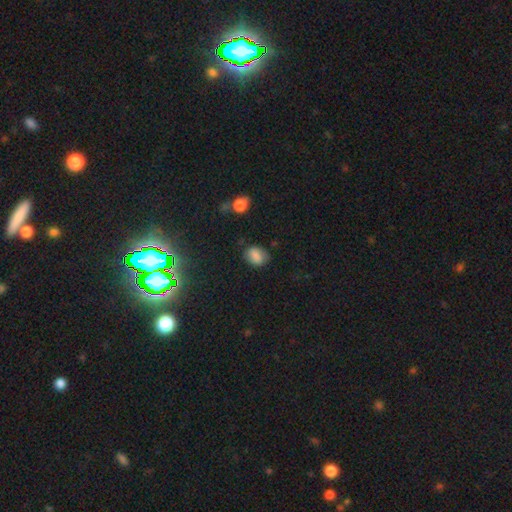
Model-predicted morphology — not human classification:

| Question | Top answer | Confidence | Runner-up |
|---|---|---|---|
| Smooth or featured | smooth | 79% | featured or disk (11%) |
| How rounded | in between | 67% | round (31%) |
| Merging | none | 73% | minor disturbance (19%) |